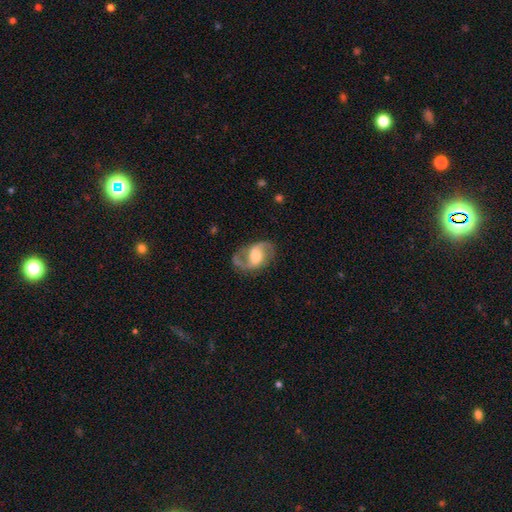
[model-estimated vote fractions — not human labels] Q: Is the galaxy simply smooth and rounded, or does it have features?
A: featured or disk — 81%.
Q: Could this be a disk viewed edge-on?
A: no — 97%.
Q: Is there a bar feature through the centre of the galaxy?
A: weak — 42%.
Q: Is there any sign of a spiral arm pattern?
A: yes — 93%.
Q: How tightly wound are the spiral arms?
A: medium — 46%.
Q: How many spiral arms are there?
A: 2 — 89%.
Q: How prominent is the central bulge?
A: moderate — 56%.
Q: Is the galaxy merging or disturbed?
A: none — 72%.